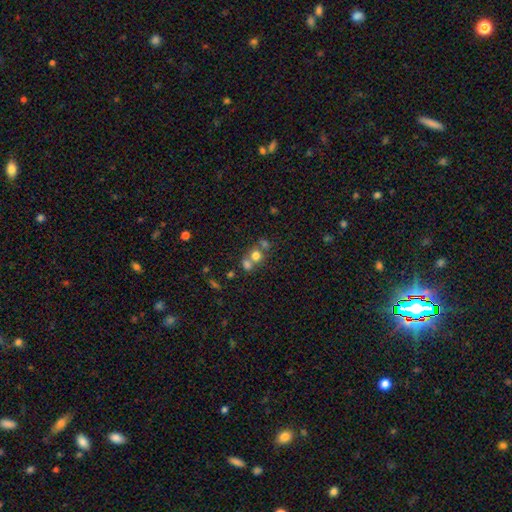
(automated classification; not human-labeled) Q: Smooth or featured?
A: smooth (70%); runner-up: star or artifact (16%)
Q: How rounded?
A: round (82%); runner-up: in between (17%)
Q: Merging?
A: merger (47%); runner-up: none (42%)